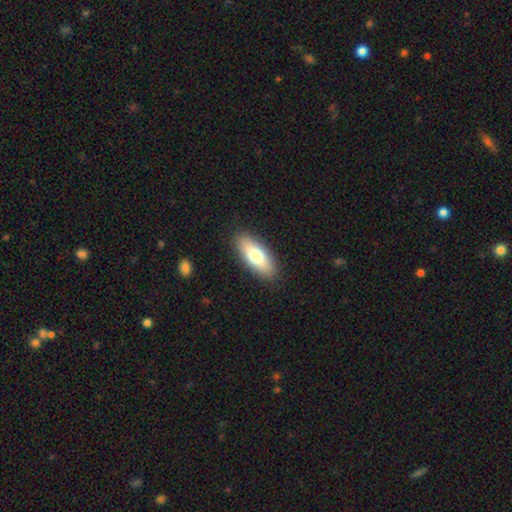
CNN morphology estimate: Smooth or featured? Predicted: smooth (p=0.72). How rounded? Predicted: in between (p=0.78). Merging? Predicted: none (p=0.89).